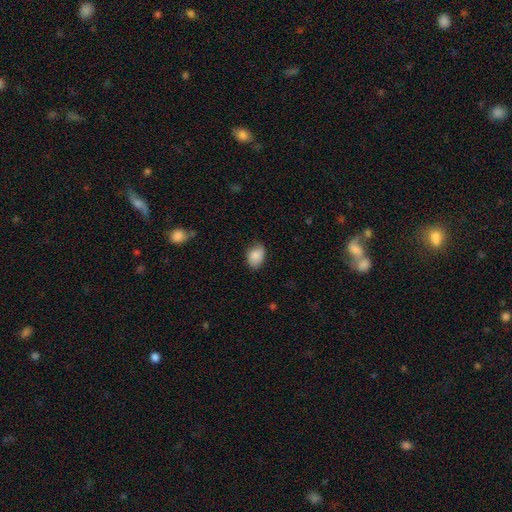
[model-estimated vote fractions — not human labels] Smooth or featured?
  - smooth: 85% *
  - featured or disk: 7%
  - star or artifact: 7%
How rounded?
  - in between: 78% *
  - round: 20%
  - cigar-shaped: 1%
Merging?
  - none: 69% *
  - minor disturbance: 25%
  - major disturbance: 4%
  - merger: 1%